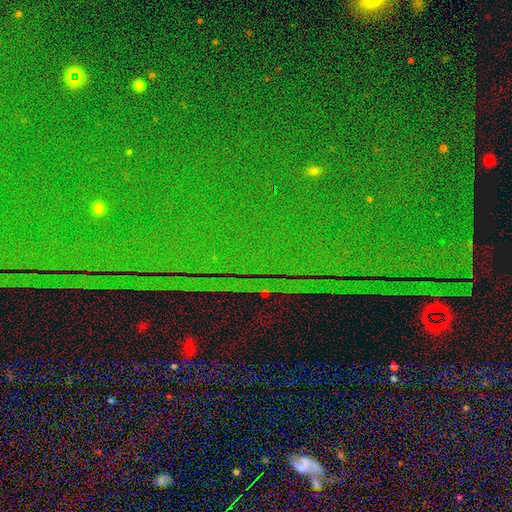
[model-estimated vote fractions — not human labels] The model was most divided on "smooth or featured": star or artifact: 87%, featured or disk: 7%, smooth: 7%.